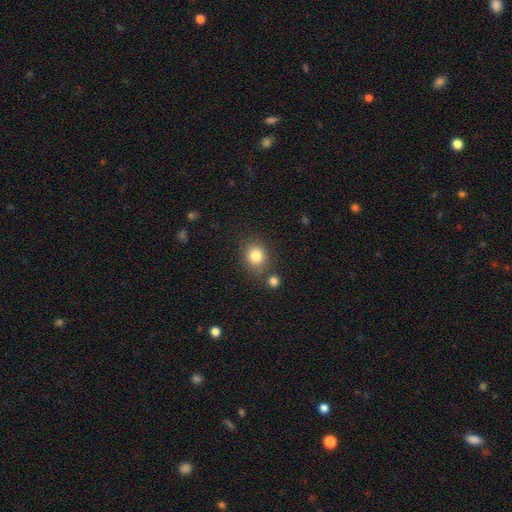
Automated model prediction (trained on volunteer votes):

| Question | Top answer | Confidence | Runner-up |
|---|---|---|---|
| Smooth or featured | smooth | 82% | star or artifact (11%) |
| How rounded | round | 71% | in between (28%) |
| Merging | none | 75% | minor disturbance (12%) |